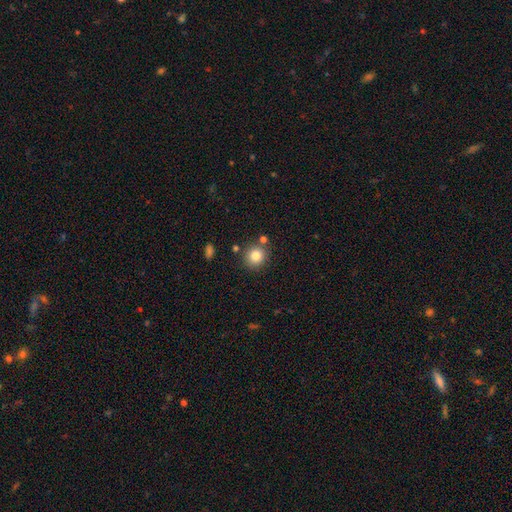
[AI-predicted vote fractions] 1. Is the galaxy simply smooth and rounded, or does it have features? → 82% smooth, 11% star or artifact, 7% featured or disk.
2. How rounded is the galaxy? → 88% round, 11% in between, 1% cigar-shaped.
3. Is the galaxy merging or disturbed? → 81% none, 8% minor disturbance, 8% merger, 3% major disturbance.